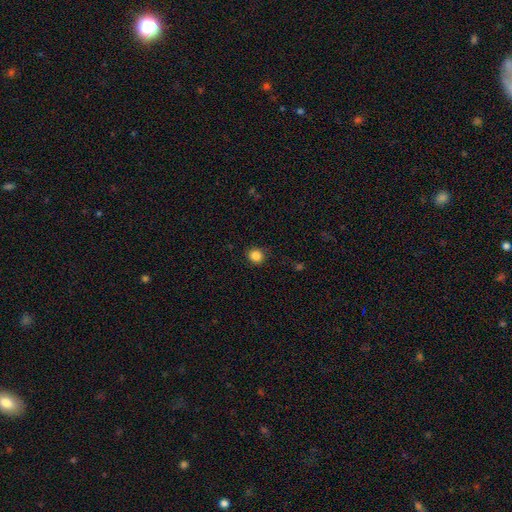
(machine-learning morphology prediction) smooth_or_featured: smooth (p=0.85) [alt: star or artifact p=0.11]
how_rounded: round (p=0.85) [alt: in between p=0.14]
merging: none (p=0.88) [alt: minor disturbance p=0.08]